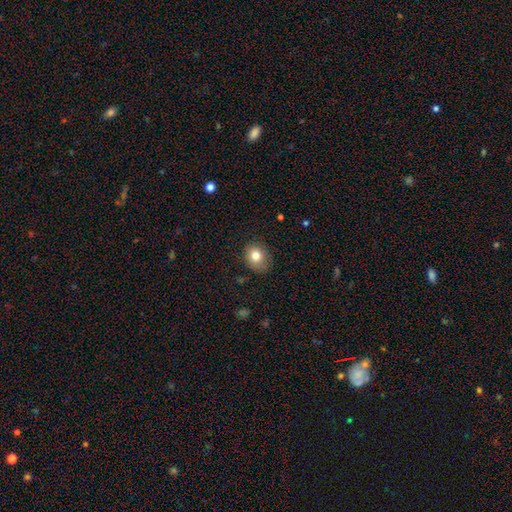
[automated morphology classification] smooth-or-featured: smooth: 80% | featured or disk: 10% | star or artifact: 10%
  how-rounded: round: 55% | in between: 44% | cigar-shaped: 1%
  merging: none: 77% | minor disturbance: 18% | major disturbance: 4% | merger: 1%